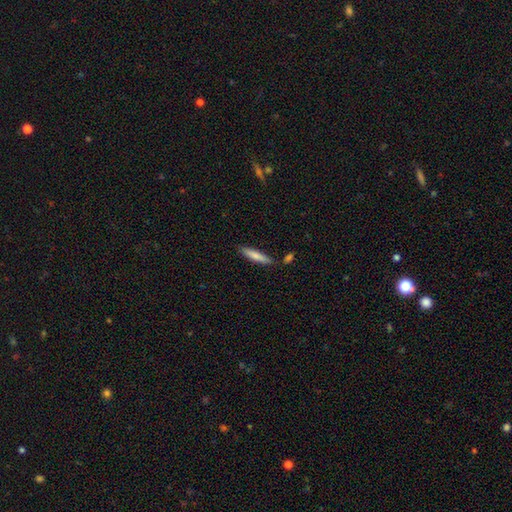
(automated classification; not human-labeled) Smooth or featured?
  - smooth: 77% *
  - featured or disk: 18%
  - star or artifact: 5%
How rounded?
  - cigar-shaped: 84% *
  - in between: 14%
  - round: 1%
Merging?
  - none: 82% *
  - minor disturbance: 11%
  - merger: 5%
  - major disturbance: 2%